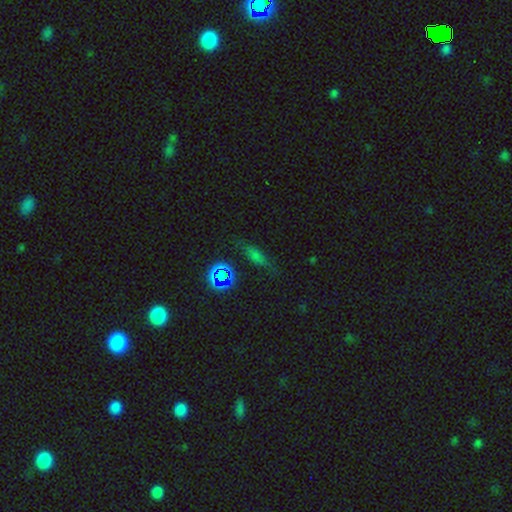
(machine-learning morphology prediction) type=smooth (55%); roundness=cigar-shaped (46%); merging=none (71%).